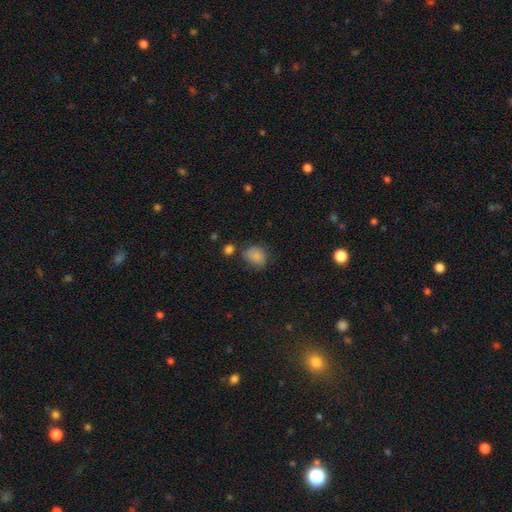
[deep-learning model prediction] Q: Smooth or featured?
A: smooth (84%); runner-up: star or artifact (10%)
Q: How rounded?
A: round (51%); runner-up: in between (48%)
Q: Merging?
A: none (59%); runner-up: minor disturbance (26%)